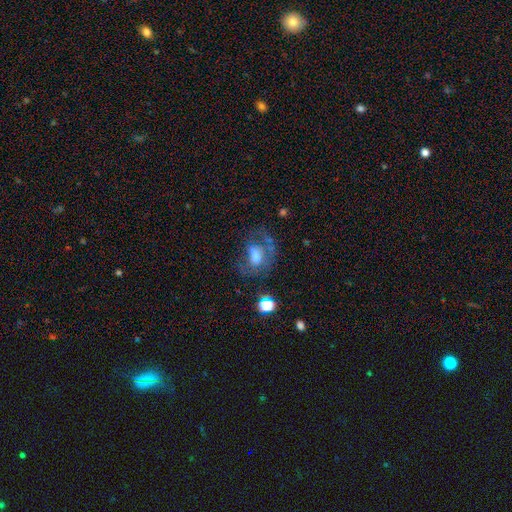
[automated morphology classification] type=featured or disk (45%); merging=none (43%).